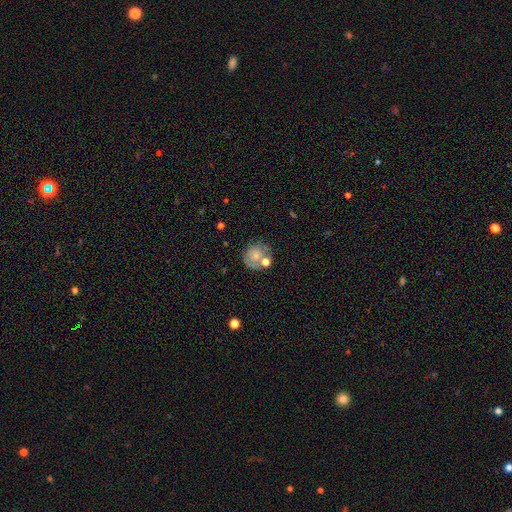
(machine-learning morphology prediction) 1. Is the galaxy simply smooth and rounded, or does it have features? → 50% smooth, 41% featured or disk, 9% star or artifact.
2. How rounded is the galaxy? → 80% round, 19% in between, 1% cigar-shaped.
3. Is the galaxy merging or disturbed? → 53% none, 20% minor disturbance, 17% merger, 10% major disturbance.